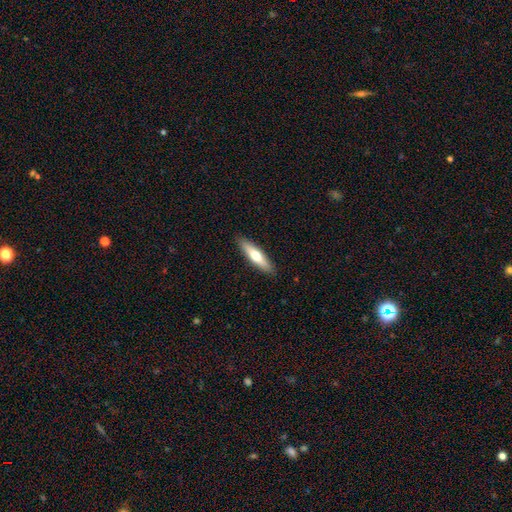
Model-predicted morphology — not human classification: A smooth galaxy with no disk features (57%) that is cigar-shaped (74%).

Vote fractions:
- Smooth or featured? smooth: 57% / featured or disk: 38% / star or artifact: 5%
- How rounded? cigar-shaped: 74% / in between: 24% / round: 2%
- Merging? none: 90% / minor disturbance: 7% / major disturbance: 2% / merger: 1%